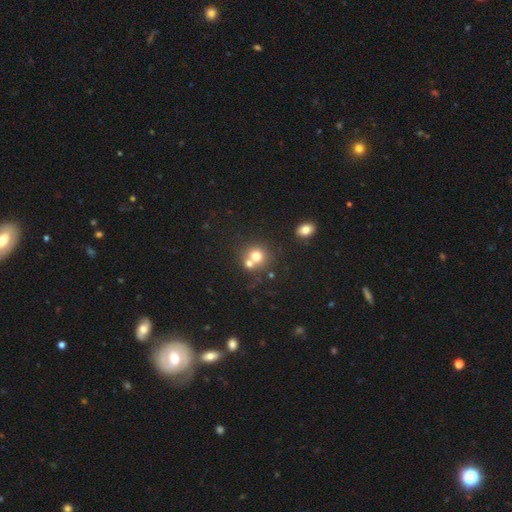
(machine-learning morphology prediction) type=smooth (71%); roundness=round (86%); merging=none (51%).